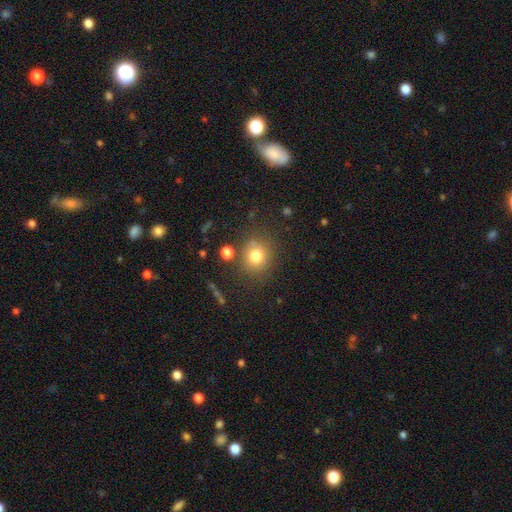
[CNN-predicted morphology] A smooth galaxy with no disk features (77%) that is round (85%).

Vote fractions:
- Smooth or featured? smooth: 77% / star or artifact: 14% / featured or disk: 9%
- How rounded? round: 85% / in between: 14% / cigar-shaped: 1%
- Merging? none: 79% / minor disturbance: 11% / merger: 6% / major disturbance: 4%